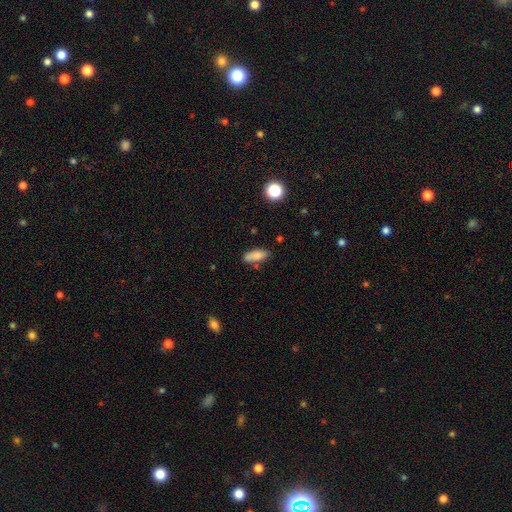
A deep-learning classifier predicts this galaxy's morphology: smooth-or-featured: smooth: 83% | featured or disk: 9% | star or artifact: 8%
  how-rounded: in between: 71% | cigar-shaped: 27% | round: 3%
  merging: none: 71% | minor disturbance: 18% | merger: 8% | major disturbance: 4%